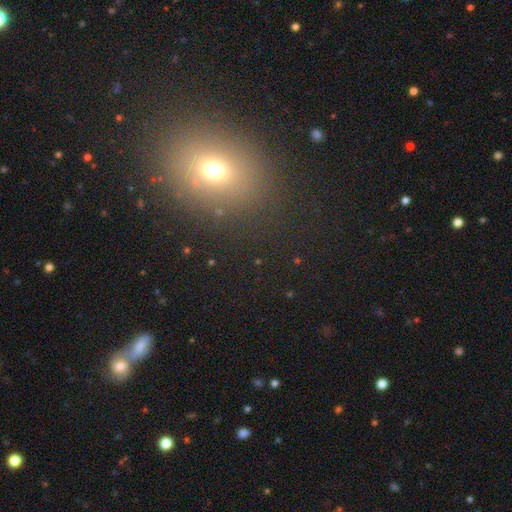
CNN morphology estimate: Smooth or featured? smooth (58%)
How rounded? in between (53%)
Merging? none (87%)